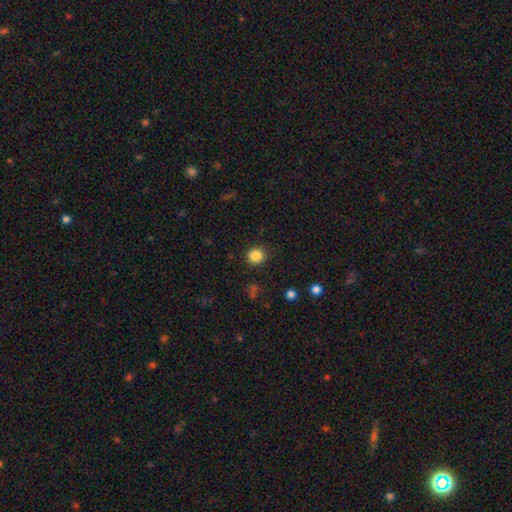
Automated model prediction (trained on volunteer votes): Q: Smooth or featured?
A: smooth (85%); runner-up: star or artifact (11%)
Q: How rounded?
A: round (84%); runner-up: in between (15%)
Q: Merging?
A: none (89%); runner-up: minor disturbance (7%)